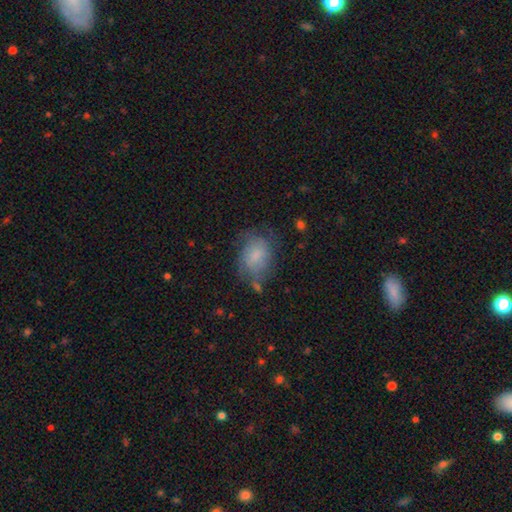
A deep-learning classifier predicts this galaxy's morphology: smooth-or-featured: smooth: 68% | featured or disk: 23% | star or artifact: 9%
  how-rounded: in between: 69% | round: 30% | cigar-shaped: 1%
  merging: none: 53% | minor disturbance: 29% | major disturbance: 14% | merger: 4%